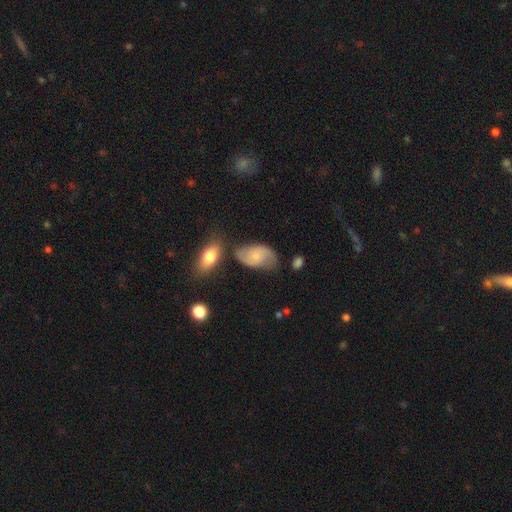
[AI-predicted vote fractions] smooth_or_featured: featured or disk (p=0.50) [alt: smooth p=0.42]
disk_edge_on: no (p=0.96) [alt: yes p=0.04]
merging: none (p=0.58) [alt: minor disturbance p=0.25]